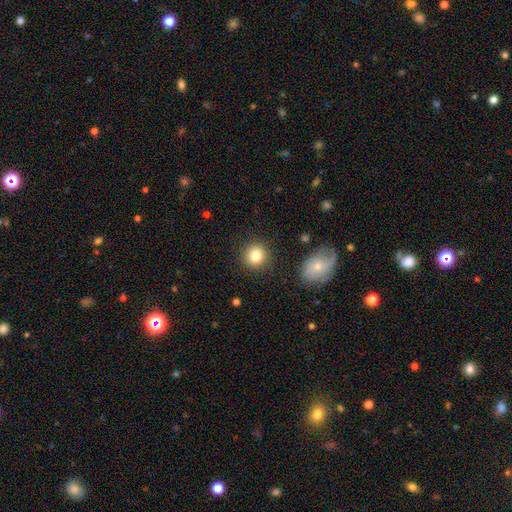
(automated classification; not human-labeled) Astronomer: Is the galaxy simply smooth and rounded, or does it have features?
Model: smooth — 83%.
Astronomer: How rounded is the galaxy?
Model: round — 89%.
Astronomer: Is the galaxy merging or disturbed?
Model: none — 89%.